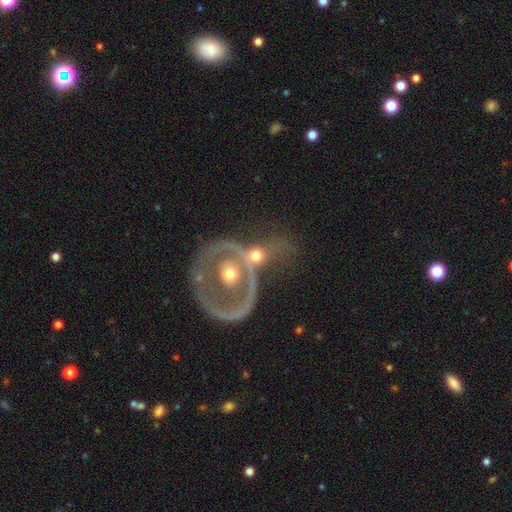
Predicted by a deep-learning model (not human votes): Smooth or featured? Predicted: featured or disk (p=0.61). Edge-on disk? Predicted: no (p=0.93). Bar? Predicted: no (p=0.87). Spiral arms? Predicted: no (p=0.75). Bulge size? Predicted: moderate (p=0.66). Merging? Predicted: merger (p=0.48).